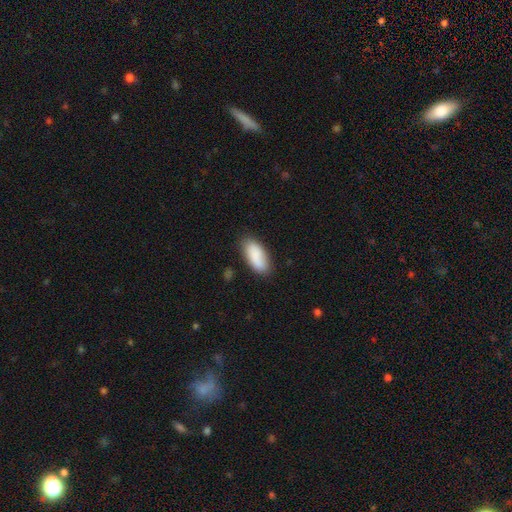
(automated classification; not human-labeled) This appears to be a smooth galaxy with no disk features (87%) that is in between round and cigar-shaped (86%). Merging: none (80%).